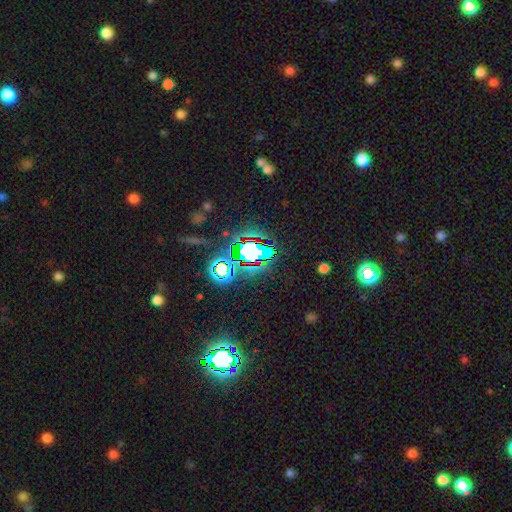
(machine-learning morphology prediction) Smooth or featured: star or artifact — 74% (smooth — 15%)